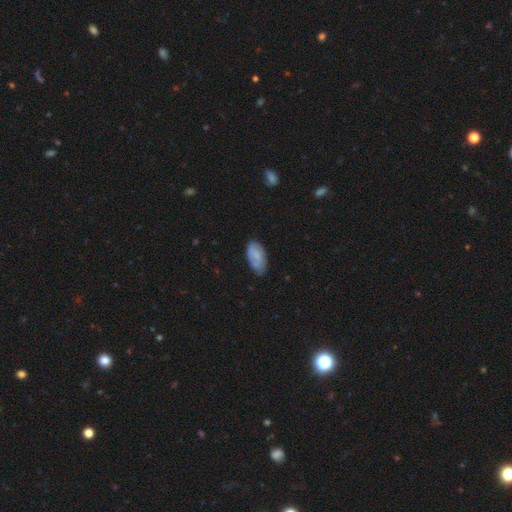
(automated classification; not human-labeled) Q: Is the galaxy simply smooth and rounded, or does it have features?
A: smooth — 67%.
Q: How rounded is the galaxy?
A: in between — 93%.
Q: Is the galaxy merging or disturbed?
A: none — 65%.